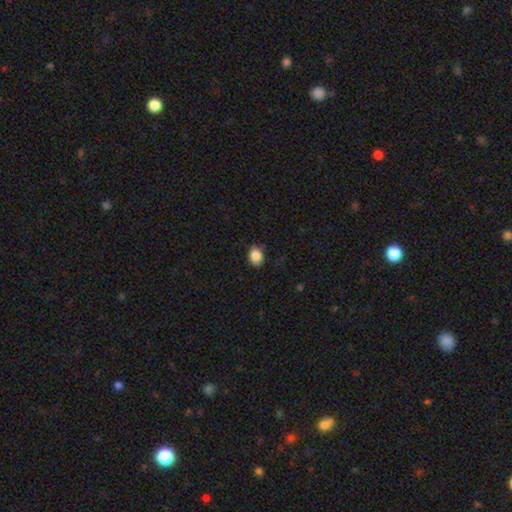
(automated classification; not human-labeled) This is clearly a smooth galaxy (87%). How rounded: possibly in between (59%). Merging: clearly none (82%).